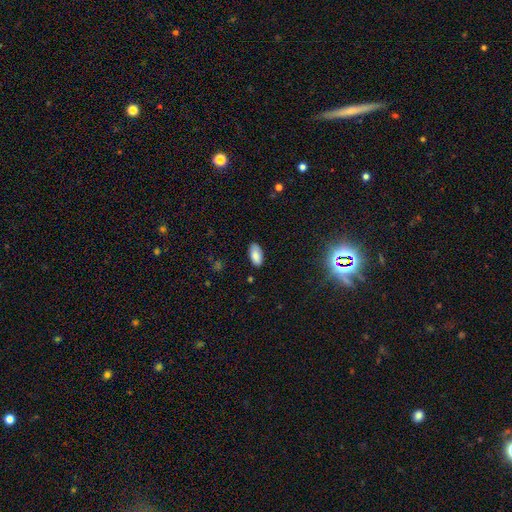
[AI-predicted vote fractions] Q: Smooth or featured?
A: smooth (86%); runner-up: star or artifact (8%)
Q: How rounded?
A: in between (94%); runner-up: cigar-shaped (4%)
Q: Merging?
A: none (84%); runner-up: minor disturbance (12%)